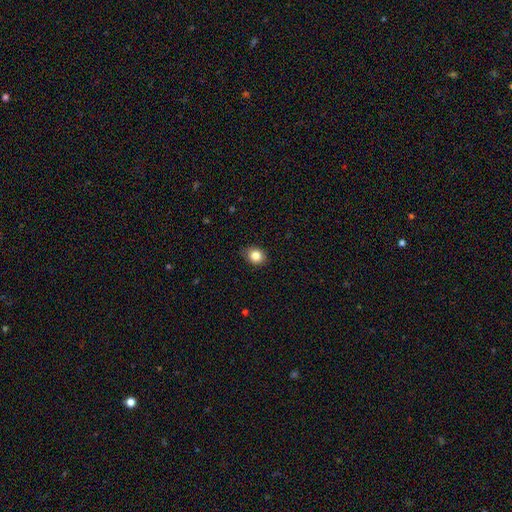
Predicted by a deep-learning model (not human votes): The model was most divided on "how rounded": round: 60%, in between: 39%, cigar-shaped: 1%. More confident: merging — none (84%); smooth or featured — smooth (84%).